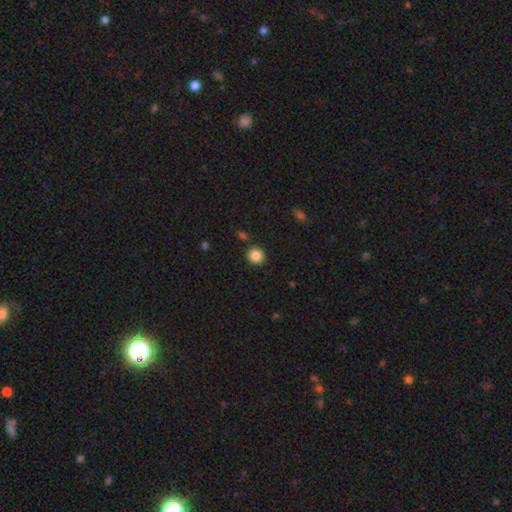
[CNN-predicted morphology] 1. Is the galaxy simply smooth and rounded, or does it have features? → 86% smooth, 10% star or artifact, 4% featured or disk.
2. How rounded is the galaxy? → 90% round, 9% in between, 1% cigar-shaped.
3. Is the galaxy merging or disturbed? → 88% none, 7% minor disturbance, 3% merger, 2% major disturbance.